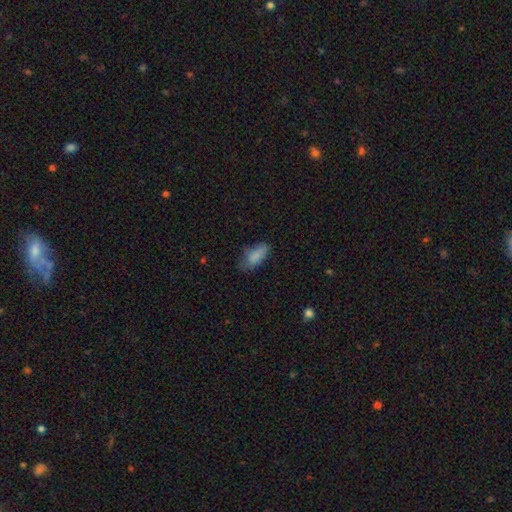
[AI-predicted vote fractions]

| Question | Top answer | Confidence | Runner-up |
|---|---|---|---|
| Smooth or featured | smooth | 81% | featured or disk (10%) |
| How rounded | in between | 88% | cigar-shaped (9%) |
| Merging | none | 49% | minor disturbance (34%) |